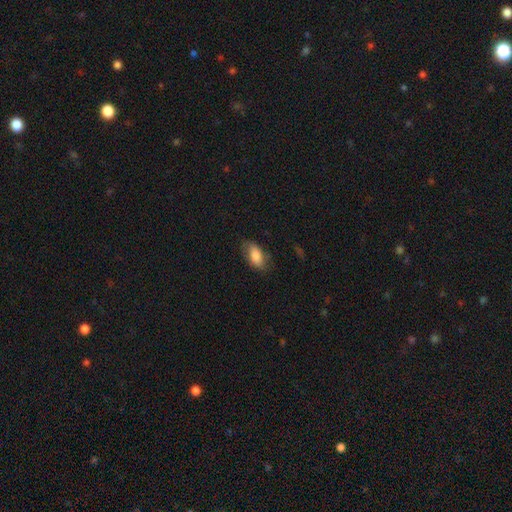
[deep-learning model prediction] Smooth or featured: smooth — 76% (featured or disk — 17%)
How rounded: in between — 89% (cigar-shaped — 7%)
Merging: none — 71% (minor disturbance — 21%)